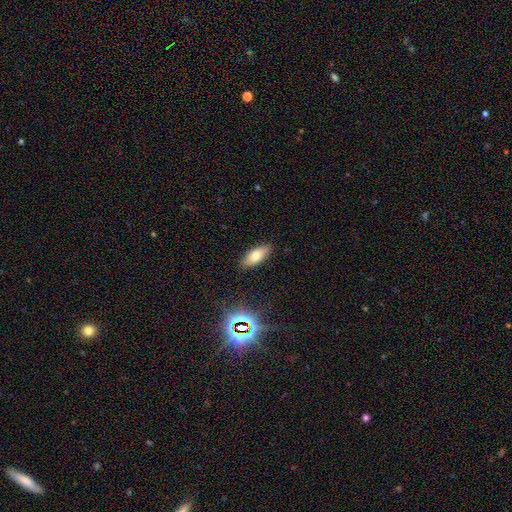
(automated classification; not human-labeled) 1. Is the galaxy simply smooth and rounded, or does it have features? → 73% smooth, 17% featured or disk, 10% star or artifact.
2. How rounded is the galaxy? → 82% in between, 16% cigar-shaped, 3% round.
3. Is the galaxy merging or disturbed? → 87% none, 10% minor disturbance, 2% major disturbance, 1% merger.